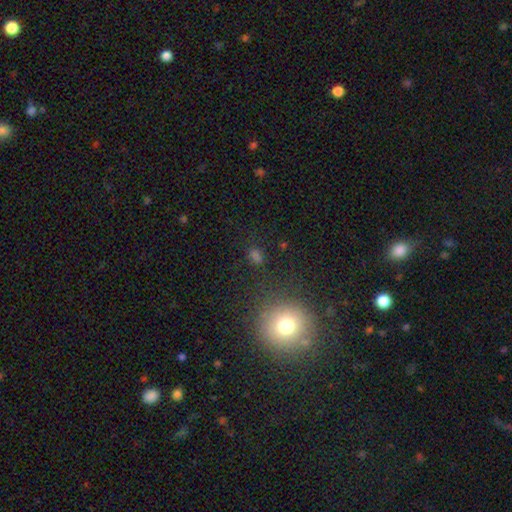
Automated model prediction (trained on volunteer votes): smooth-or-featured: smooth: 64% | star or artifact: 27% | featured or disk: 9%
  how-rounded: round: 72% | in between: 26% | cigar-shaped: 2%
  merging: none: 79% | minor disturbance: 10% | major disturbance: 6% | merger: 5%